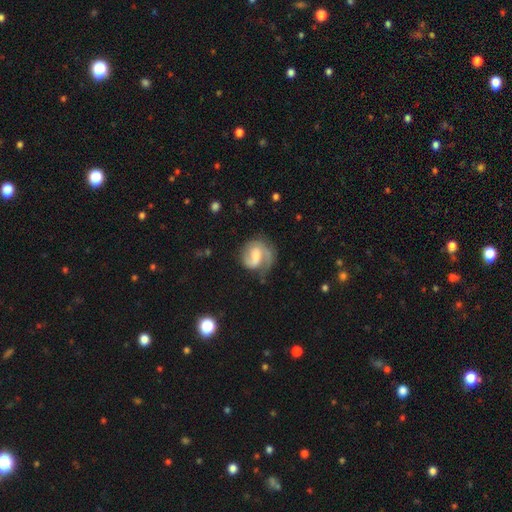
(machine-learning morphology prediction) Smooth or featured: featured or disk — 74% (smooth — 20%)
Edge-on disk: no — 98% (yes — 2%)
Bar: weak — 52% (no — 29%)
Spiral arms: yes — 91% (no — 9%)
Spiral winding: medium — 45% (tight — 32%)
Spiral arm count: 2 — 55% (1 — 31%)
Bulge size: moderate — 44% (small — 40%)
Merging: none — 56% (minor disturbance — 23%)